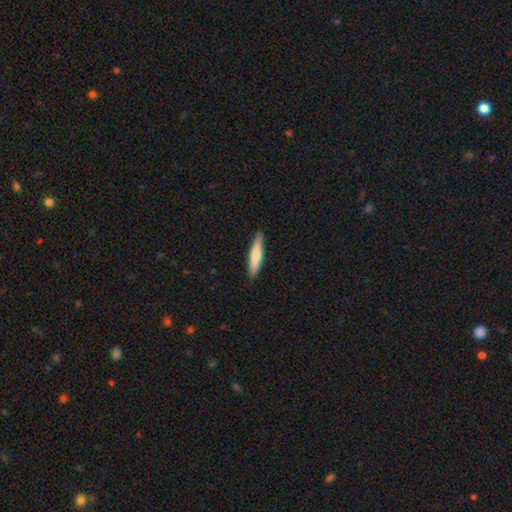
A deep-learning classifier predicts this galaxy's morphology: This is likely a smooth galaxy (69%). How rounded: clearly cigar-shaped (88%). Merging: clearly none (90%).